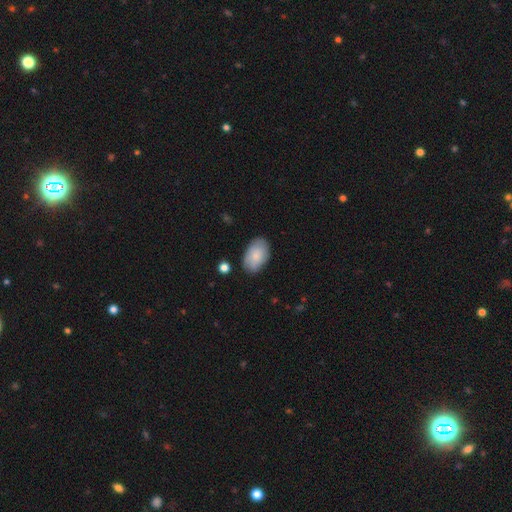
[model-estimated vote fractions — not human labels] smooth 82%, featured or disk 12%, star or artifact 6%. Down the decision tree: how rounded — in between (91%); merging — none (80%).